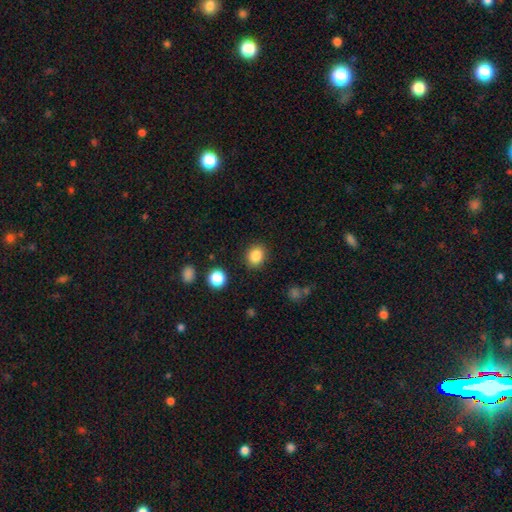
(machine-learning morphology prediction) Smooth or featured?
  - smooth: 85% *
  - star or artifact: 10%
  - featured or disk: 4%
How rounded?
  - round: 66% *
  - in between: 33%
  - cigar-shaped: 1%
Merging?
  - none: 87% *
  - minor disturbance: 8%
  - major disturbance: 3%
  - merger: 2%